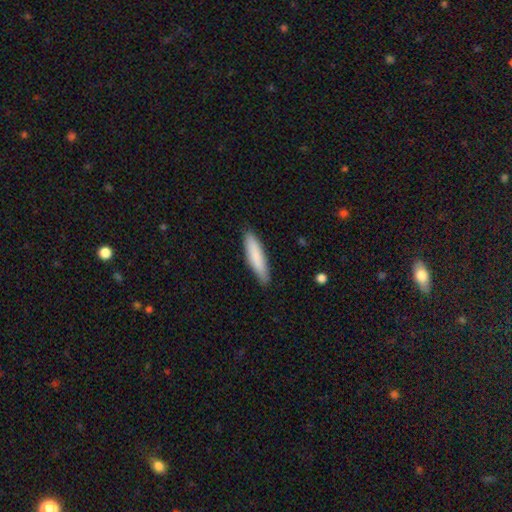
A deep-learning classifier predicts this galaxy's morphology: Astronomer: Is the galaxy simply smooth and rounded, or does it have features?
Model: smooth — 83%.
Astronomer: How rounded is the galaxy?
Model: cigar-shaped — 81%.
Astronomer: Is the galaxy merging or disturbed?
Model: none — 88%.